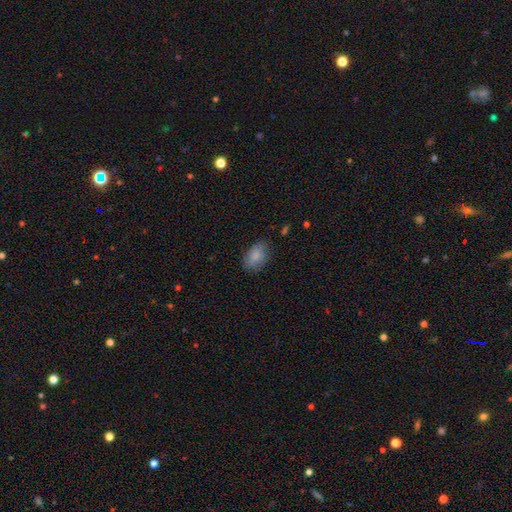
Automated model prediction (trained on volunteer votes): Smooth or featured: smooth — 86% (featured or disk — 7%)
How rounded: in between — 90% (round — 8%)
Merging: none — 77% (minor disturbance — 18%)